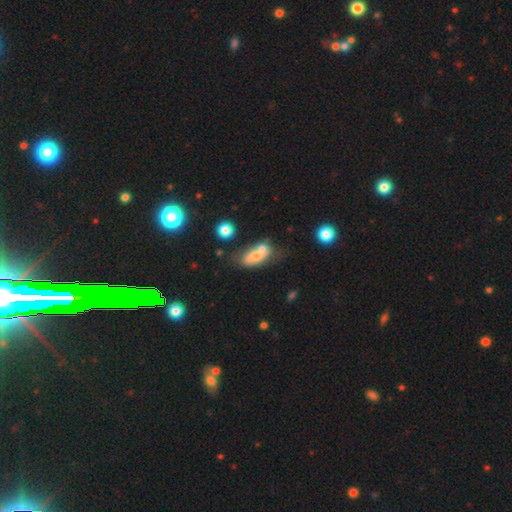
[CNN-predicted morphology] Smooth or featured? smooth (60%)
How rounded? in between (81%)
Merging? merger (46%)